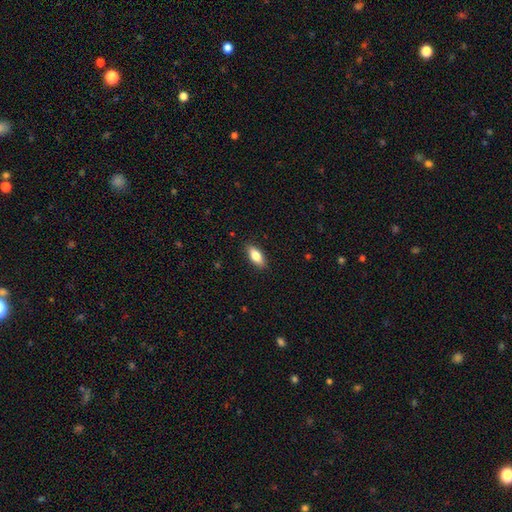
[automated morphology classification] smooth 80%, featured or disk 13%, star or artifact 7%. Down the decision tree: how rounded — in between (83%); merging — none (88%).